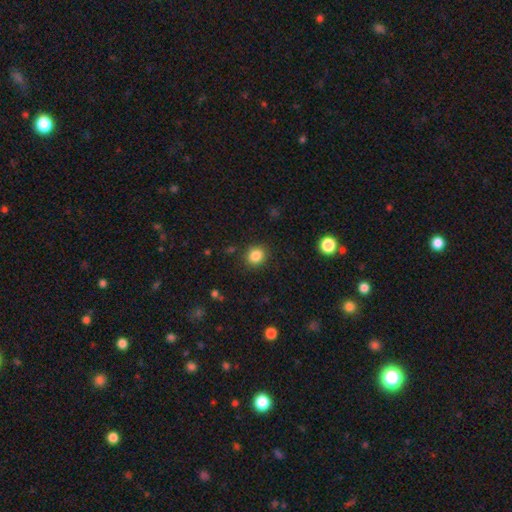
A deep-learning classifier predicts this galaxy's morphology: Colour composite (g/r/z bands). It shows a smooth galaxy with no disk features (85%) that is round (78%). Merging: none (88%).